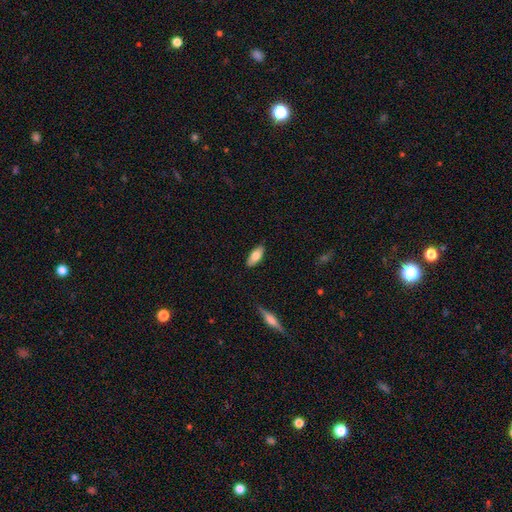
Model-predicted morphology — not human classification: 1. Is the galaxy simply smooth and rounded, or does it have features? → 76% smooth, 18% featured or disk, 6% star or artifact.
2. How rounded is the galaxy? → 82% in between, 16% cigar-shaped, 2% round.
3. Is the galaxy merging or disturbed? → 86% none, 11% minor disturbance, 2% major disturbance, 1% merger.